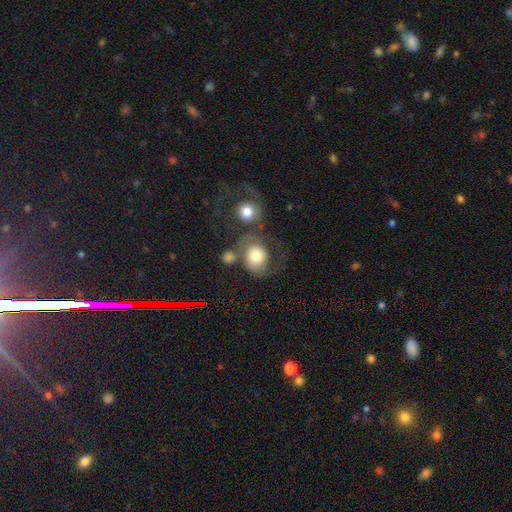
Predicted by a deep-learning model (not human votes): Morphology: type=smooth (65%); roundness=round (64%); merging=none (31%, tied with merger).